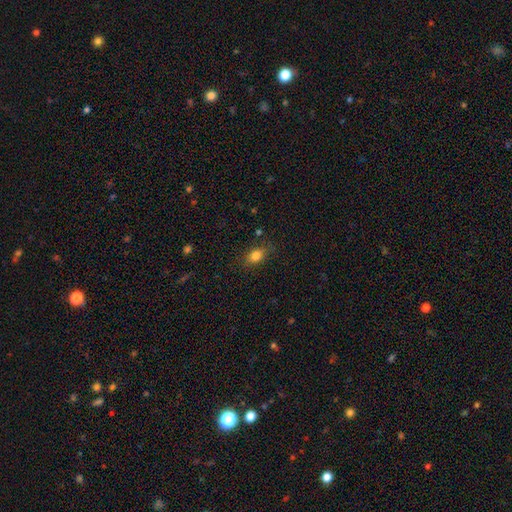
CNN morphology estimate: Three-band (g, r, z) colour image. It shows a smooth galaxy with no disk features (82%) that is in between round and cigar-shaped (76%). Merging: none (80%).